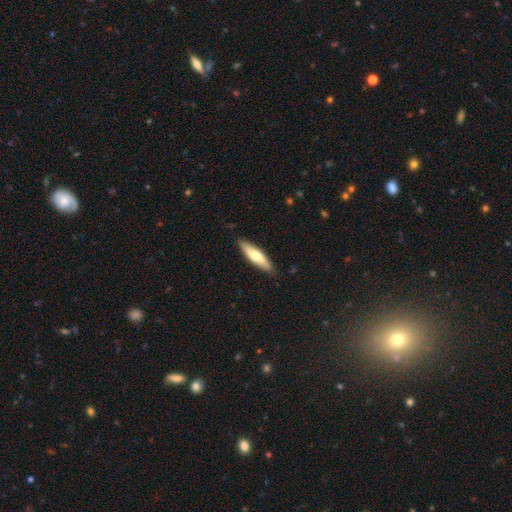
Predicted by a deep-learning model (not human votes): A smooth galaxy with no disk features (62%) that is cigar-shaped (64%). Merging: none (87%).